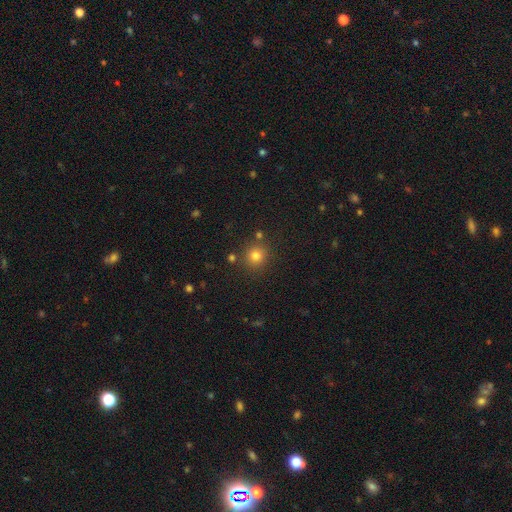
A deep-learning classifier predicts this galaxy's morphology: A smooth galaxy with no disk features (78%) that is round (92%).

Vote fractions:
- Smooth or featured? smooth: 78% / star or artifact: 16% / featured or disk: 6%
- How rounded? round: 92% / in between: 8% / cigar-shaped: 1%
- Merging? none: 83% / minor disturbance: 8% / merger: 6% / major disturbance: 3%